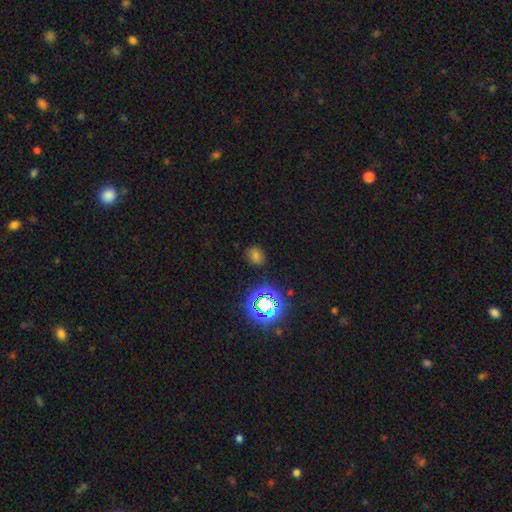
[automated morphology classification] type=smooth (53%); roundness=round (60%); merging=none (82%).